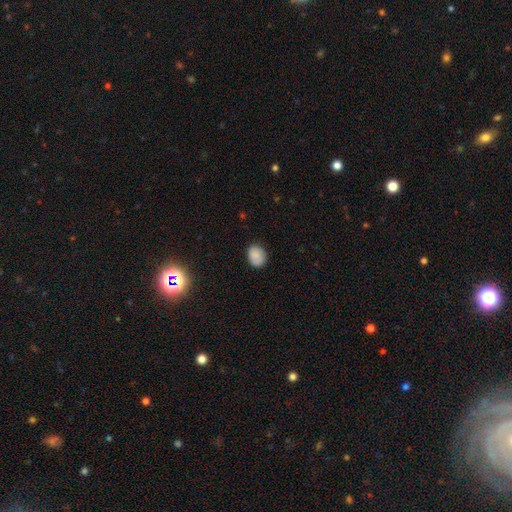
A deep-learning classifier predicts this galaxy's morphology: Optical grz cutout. It shows a smooth galaxy with no disk features (83%) that is in between round and cigar-shaped (52%). Merging: none (82%).